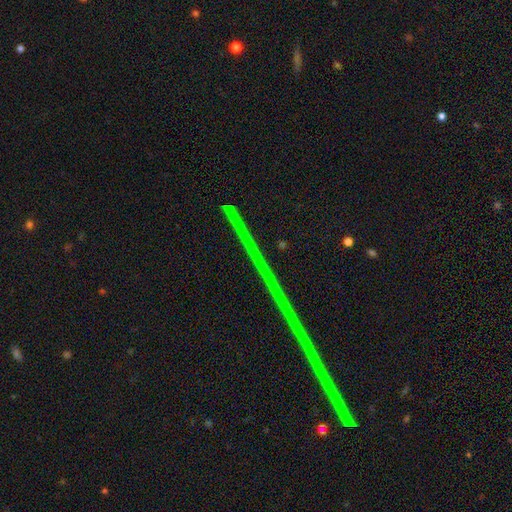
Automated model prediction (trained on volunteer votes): Smooth or featured? Predicted: star or artifact (p=0.85).